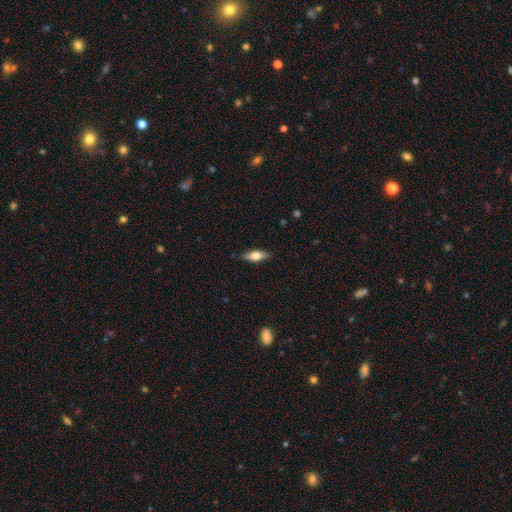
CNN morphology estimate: The model was most divided on "how rounded": in between: 67%, cigar-shaped: 30%, round: 3%. More confident: merging — none (87%); smooth or featured — smooth (67%).